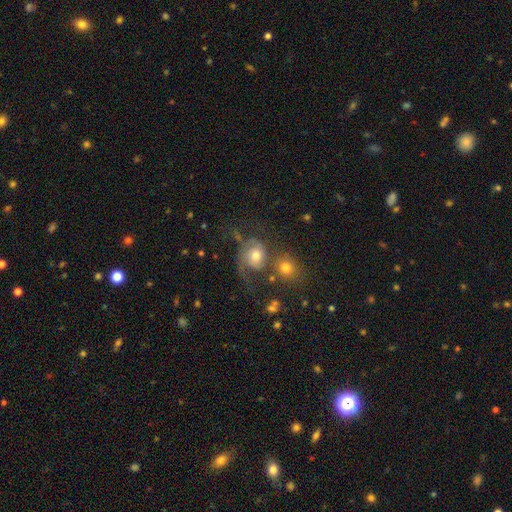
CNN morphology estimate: Smooth or featured: smooth — 48% (featured or disk — 40%)
Merging: none — 32% (major disturbance — 27%)